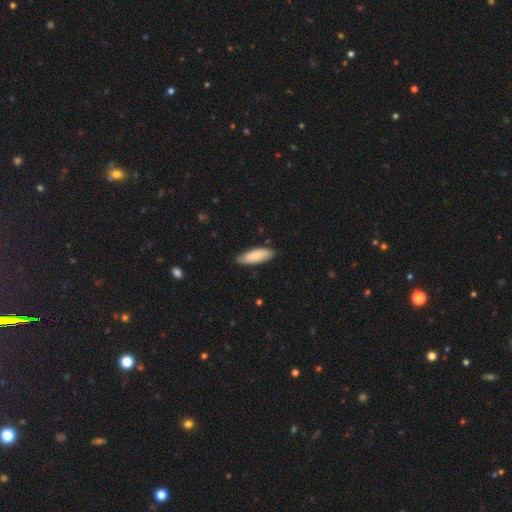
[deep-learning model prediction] Smooth or featured?
  - smooth: 85% *
  - featured or disk: 9%
  - star or artifact: 5%
How rounded?
  - in between: 66% *
  - cigar-shaped: 32%
  - round: 1%
Merging?
  - none: 83% *
  - minor disturbance: 14%
  - major disturbance: 2%
  - merger: 1%